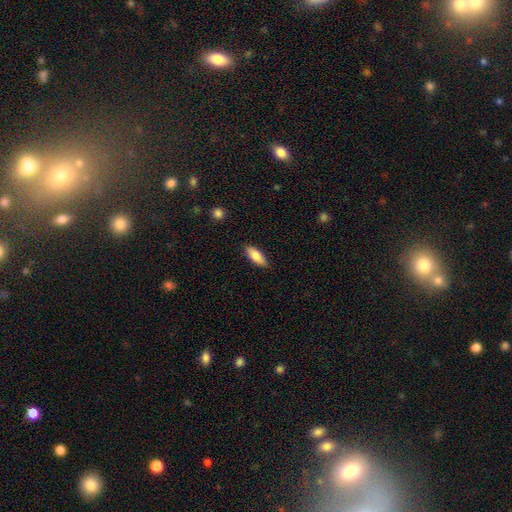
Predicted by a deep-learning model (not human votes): Smooth or featured? smooth (79%)
How rounded? in between (71%)
Merging? none (86%)